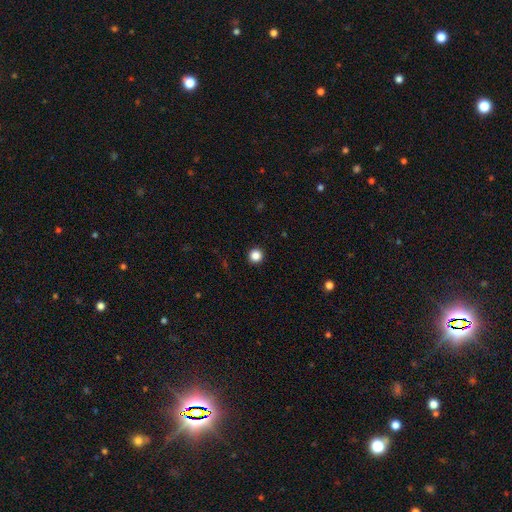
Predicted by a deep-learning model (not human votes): The model was most divided on "smooth or featured": smooth: 86%, star or artifact: 11%, featured or disk: 3%. More confident: how rounded — round (96%); merging — none (94%).